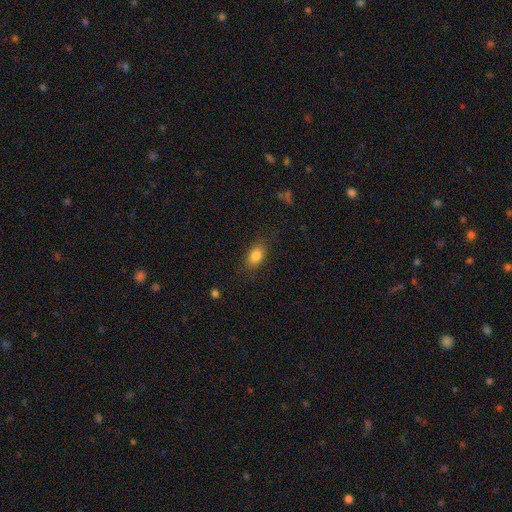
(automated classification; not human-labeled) Q: Smooth or featured?
A: smooth (83%); runner-up: star or artifact (9%)
Q: How rounded?
A: in between (84%); runner-up: round (13%)
Q: Merging?
A: none (81%); runner-up: minor disturbance (14%)